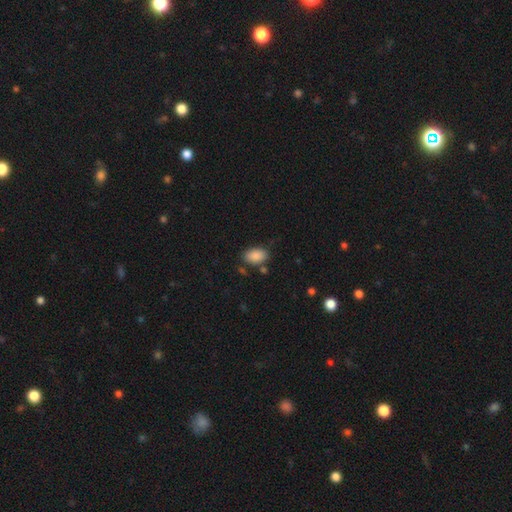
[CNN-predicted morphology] Overall: smooth (88%). How rounded: in between (92%). Merging: none (76%).